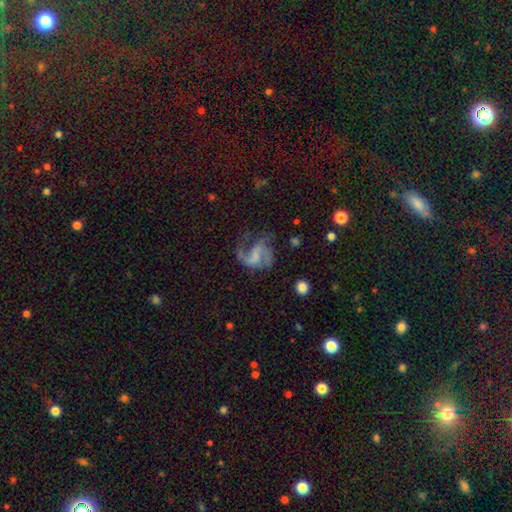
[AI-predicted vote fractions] This appears to be a featured or disk galaxy (78%) with a weak bar (46%), 2 (51%) loose (47%) spiral arms (91%) and no central bulge (51%). Merging: none (44%).